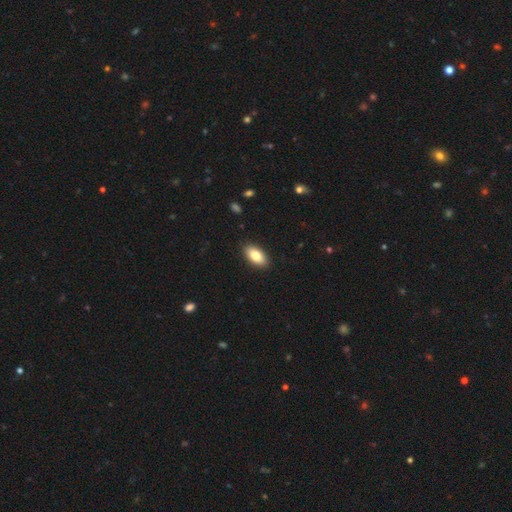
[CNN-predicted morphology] type=smooth (82%); roundness=in between (92%); merging=none (90%).